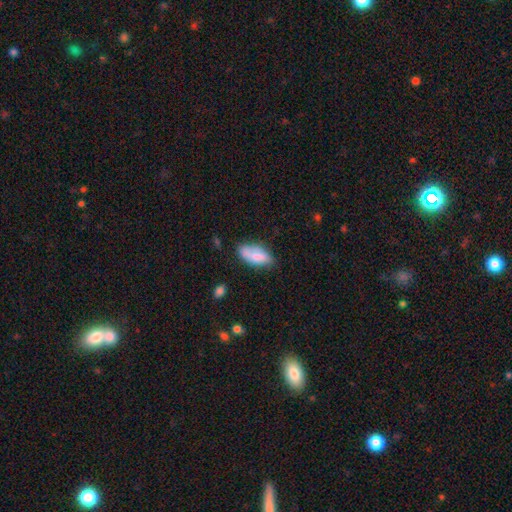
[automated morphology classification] Smooth or featured?
  - smooth: 71% *
  - featured or disk: 22%
  - star or artifact: 7%
How rounded?
  - in between: 88% *
  - cigar-shaped: 9%
  - round: 2%
Merging?
  - none: 62% *
  - minor disturbance: 27%
  - major disturbance: 7%
  - merger: 5%